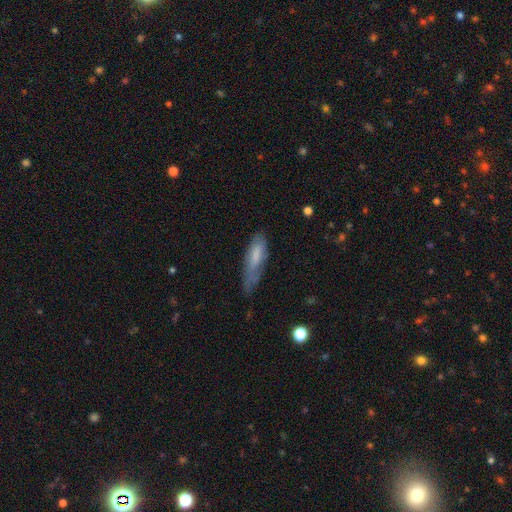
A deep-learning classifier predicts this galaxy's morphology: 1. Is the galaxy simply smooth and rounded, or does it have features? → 67% smooth, 26% featured or disk, 7% star or artifact.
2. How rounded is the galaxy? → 60% cigar-shaped, 38% in between, 1% round.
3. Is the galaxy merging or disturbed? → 46% none, 36% minor disturbance, 15% major disturbance, 2% merger.